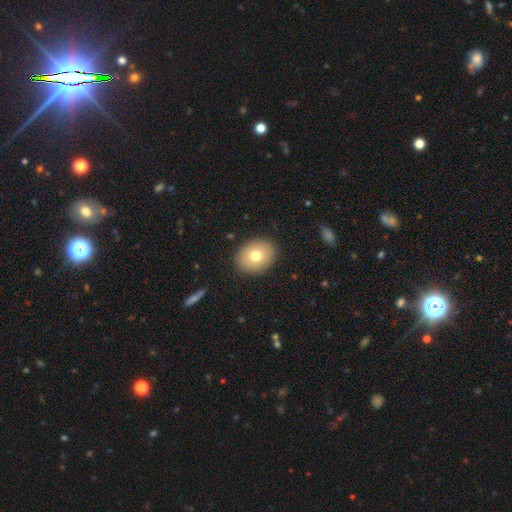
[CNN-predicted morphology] smooth 75%, featured or disk 16%, star or artifact 9%. Down the decision tree: how rounded — in between (53%); merging — none (89%).